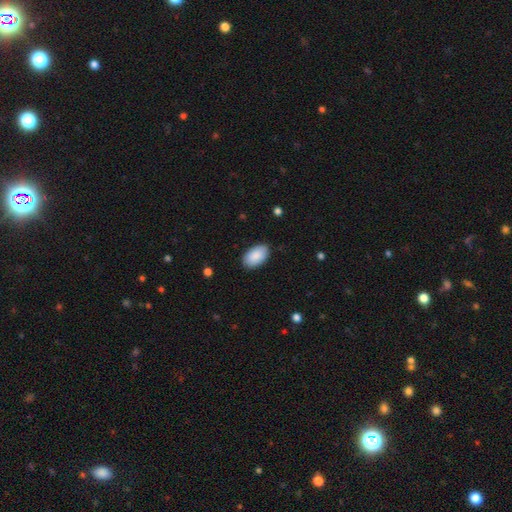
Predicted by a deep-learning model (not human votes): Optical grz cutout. It shows a smooth galaxy with no disk features (90%) that is in between round and cigar-shaped (95%). Merging: none (87%).